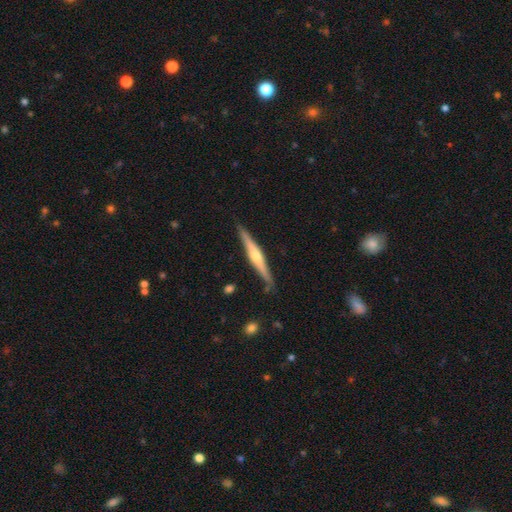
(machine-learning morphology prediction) A featured or disk galaxy (74%) viewed edge-on (98%) with a rounded central bulge (88%).

Vote fractions:
- Smooth or featured? featured or disk: 74% / smooth: 21% / star or artifact: 5%
- Edge-on disk? yes: 98% / no: 2%
- Edge-on bulge? rounded: 88% / none: 6% / boxy: 6%
- Merging? none: 88% / minor disturbance: 9% / major disturbance: 2% / merger: 2%